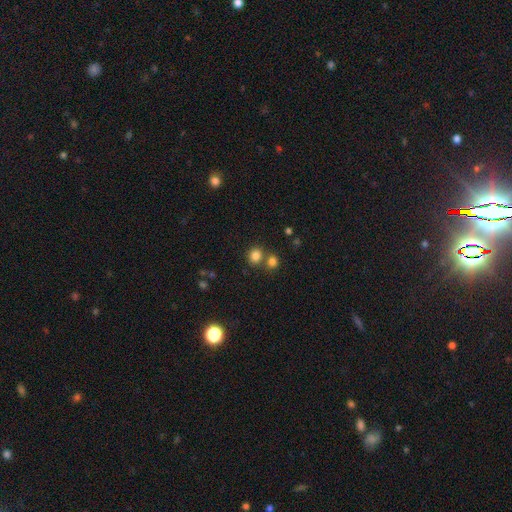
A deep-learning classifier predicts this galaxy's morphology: Smooth or featured? Predicted: smooth (p=0.82). How rounded? Predicted: round (p=0.73). Merging? Predicted: none (p=0.60).